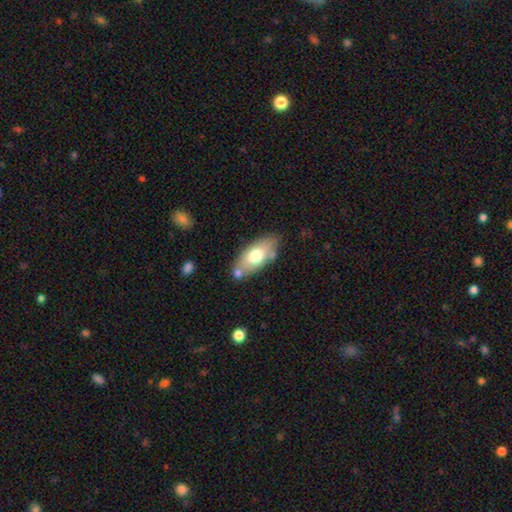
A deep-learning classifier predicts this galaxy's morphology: Smooth or featured: smooth — 66% (featured or disk — 27%)
How rounded: in between — 87% (cigar-shaped — 10%)
Merging: none — 70% (minor disturbance — 16%)